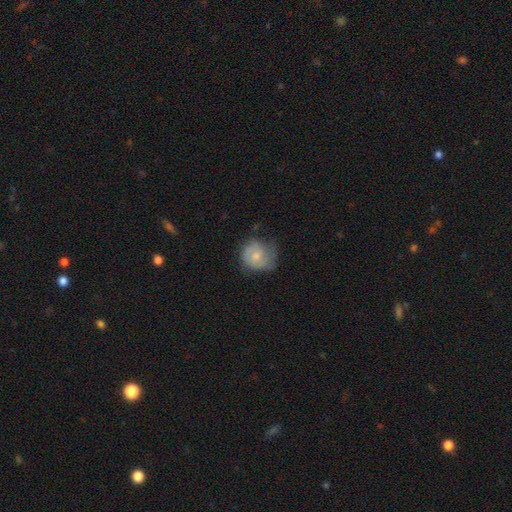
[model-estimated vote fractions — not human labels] A smooth galaxy with no disk features (59%) that is round (76%). Merging: none (47%).